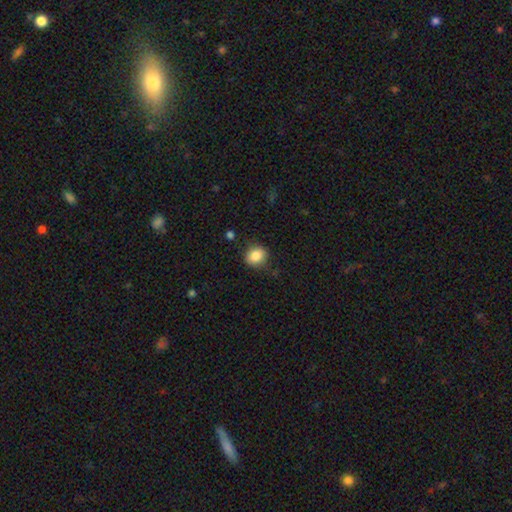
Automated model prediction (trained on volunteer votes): Smooth or featured: smooth — 86% (star or artifact — 9%)
How rounded: round — 70% (in between — 29%)
Merging: none — 82% (minor disturbance — 13%)